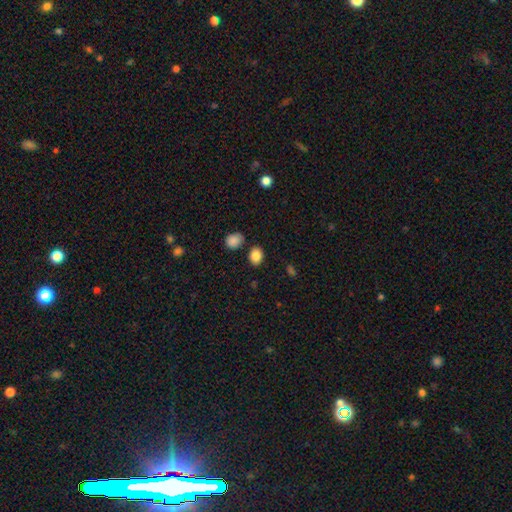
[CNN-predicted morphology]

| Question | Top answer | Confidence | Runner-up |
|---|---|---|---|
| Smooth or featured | smooth | 85% | star or artifact (9%) |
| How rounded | in between | 65% | round (34%) |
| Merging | none | 80% | minor disturbance (11%) |